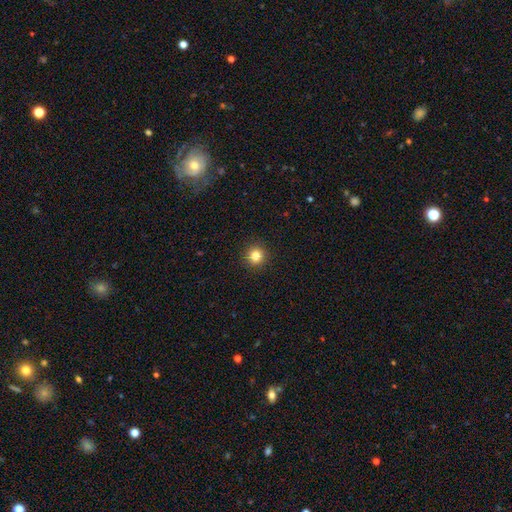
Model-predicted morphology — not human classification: smooth 83%, star or artifact 12%, featured or disk 5%. Down the decision tree: how rounded — round (94%); merging — none (93%).